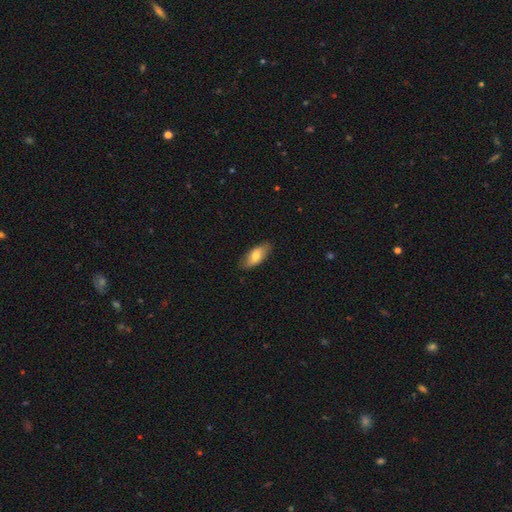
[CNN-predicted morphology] Smooth or featured? smooth (73%)
How rounded? in between (86%)
Merging? none (83%)